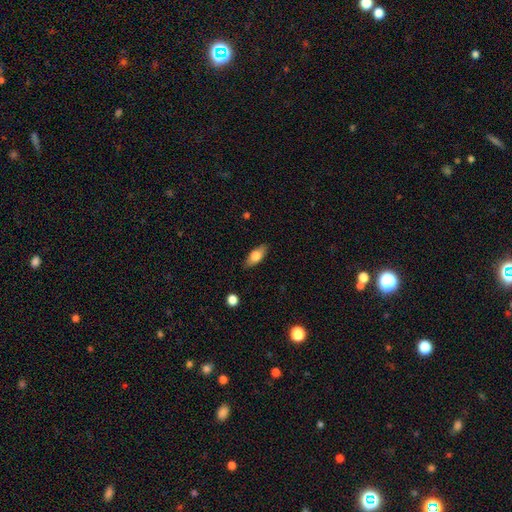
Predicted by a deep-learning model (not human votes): Overall: smooth (69%). How rounded: in between (80%). Merging: none (86%).